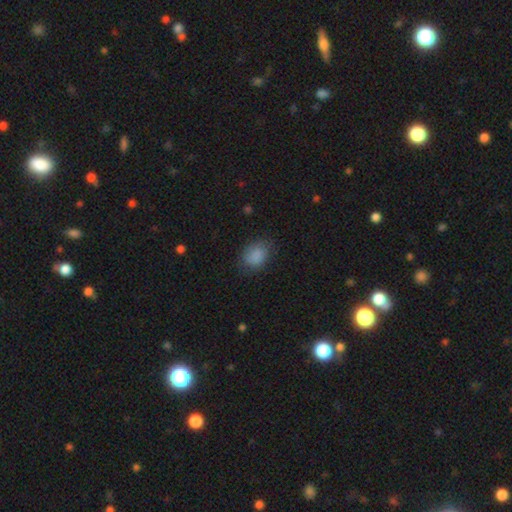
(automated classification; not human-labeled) Smooth or featured: smooth — 86% (star or artifact — 9%)
How rounded: in between — 67% (round — 32%)
Merging: none — 76% (minor disturbance — 17%)